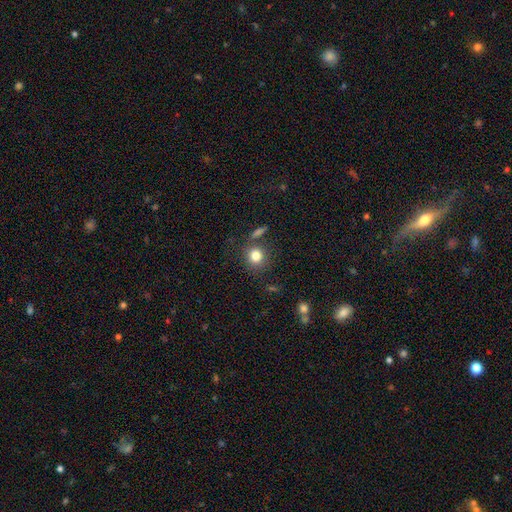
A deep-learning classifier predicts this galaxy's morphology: smooth_or_featured: smooth (p=0.81) [alt: star or artifact p=0.11]
how_rounded: round (p=0.83) [alt: in between p=0.16]
merging: none (p=0.76) [alt: minor disturbance p=0.11]